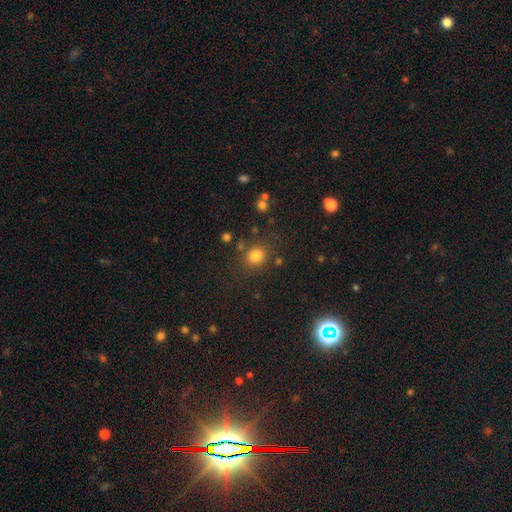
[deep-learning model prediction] Smooth or featured? Predicted: smooth (p=0.80). How rounded? Predicted: round (p=0.78). Merging? Predicted: none (p=0.78).